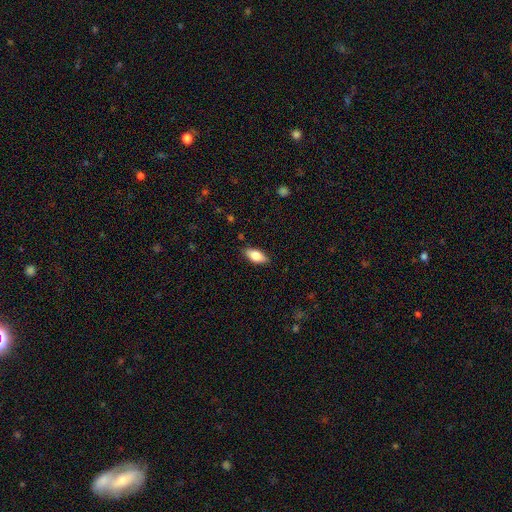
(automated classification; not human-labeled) Smooth or featured?
  - smooth: 79% *
  - featured or disk: 14%
  - star or artifact: 6%
How rounded?
  - in between: 87% *
  - cigar-shaped: 10%
  - round: 3%
Merging?
  - none: 86% *
  - minor disturbance: 11%
  - major disturbance: 2%
  - merger: 1%